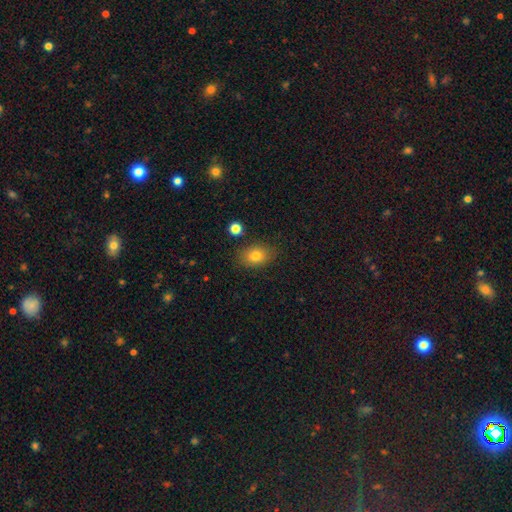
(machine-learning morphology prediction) smooth 80%, featured or disk 10%, star or artifact 10%. Down the decision tree: how rounded — in between (75%); merging — none (83%).